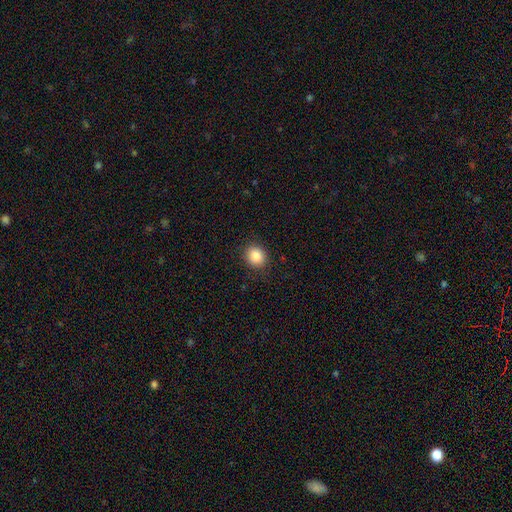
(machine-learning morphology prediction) Smooth or featured?
  - smooth: 87% *
  - star or artifact: 9%
  - featured or disk: 4%
How rounded?
  - round: 66% *
  - in between: 33%
  - cigar-shaped: 1%
Merging?
  - none: 88% *
  - minor disturbance: 8%
  - major disturbance: 3%
  - merger: 1%